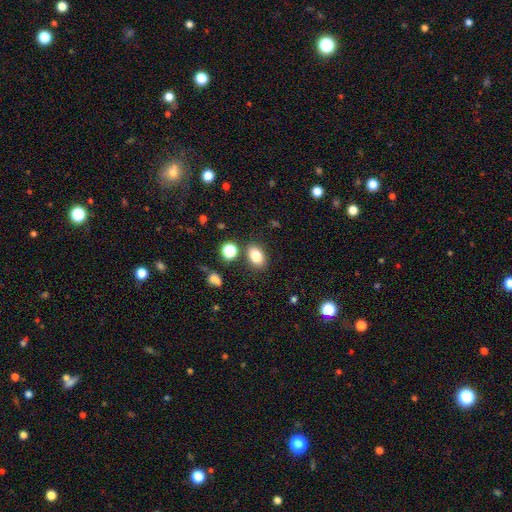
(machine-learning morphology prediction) Overall: smooth (81%). How rounded: in between (80%). Merging: none (81%).